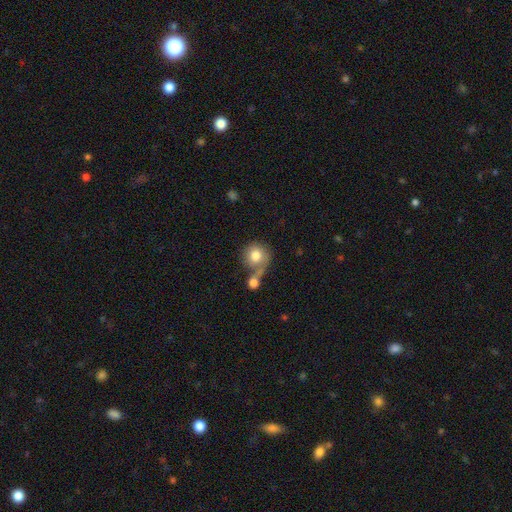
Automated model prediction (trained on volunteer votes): Smooth or featured? smooth (78%)
How rounded? round (86%)
Merging? merger (41%)